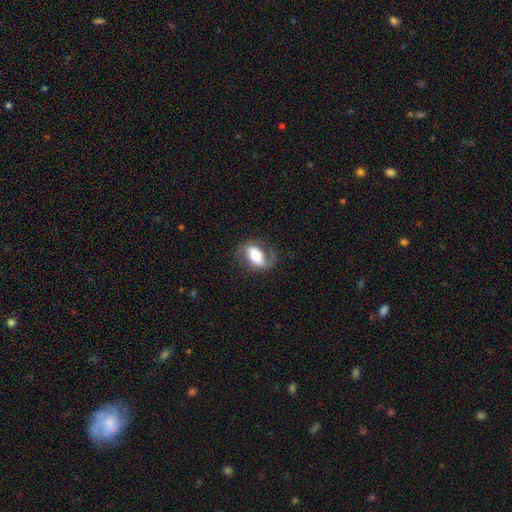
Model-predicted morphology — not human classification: This appears to be a featured or disk galaxy (50%). Merging: none (60%).